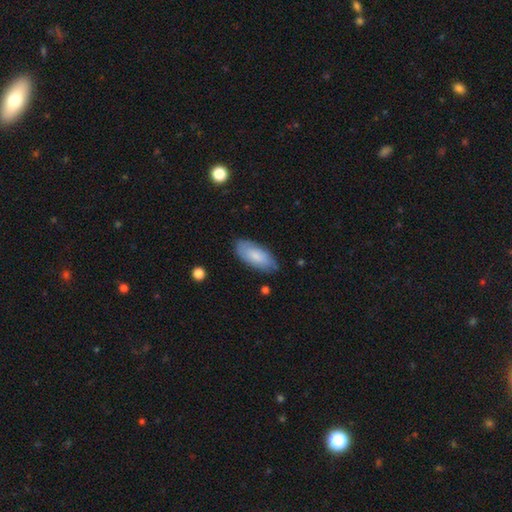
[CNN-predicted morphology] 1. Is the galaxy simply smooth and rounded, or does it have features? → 76% smooth, 19% featured or disk, 6% star or artifact.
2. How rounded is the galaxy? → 88% in between, 10% cigar-shaped, 2% round.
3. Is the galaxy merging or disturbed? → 78% none, 18% minor disturbance, 3% major disturbance, 1% merger.